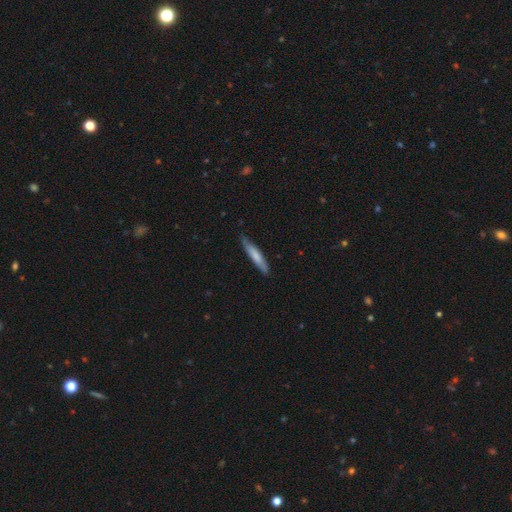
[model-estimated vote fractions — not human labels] smooth-or-featured: smooth: 70% | featured or disk: 25% | star or artifact: 5%
  how-rounded: cigar-shaped: 90% | in between: 9% | round: 1%
  merging: none: 80% | minor disturbance: 16% | major disturbance: 2% | merger: 1%